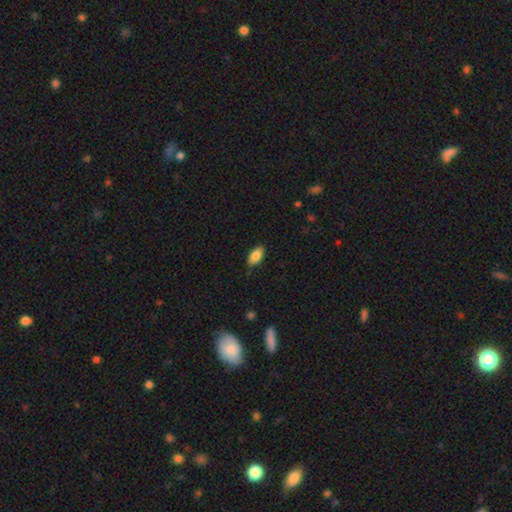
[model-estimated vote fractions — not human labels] Q: Smooth or featured?
A: smooth (85%); runner-up: featured or disk (8%)
Q: How rounded?
A: in between (93%); runner-up: round (4%)
Q: Merging?
A: none (83%); runner-up: minor disturbance (13%)